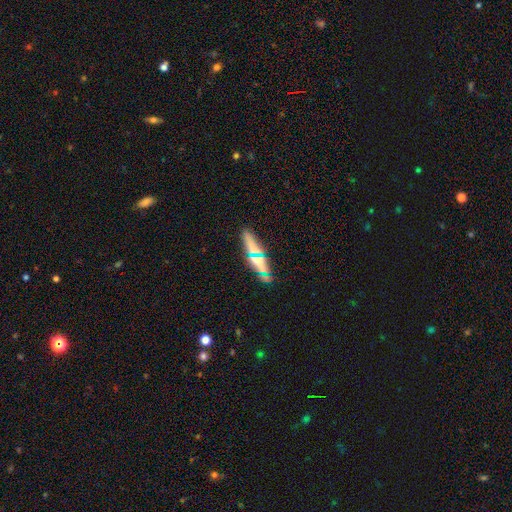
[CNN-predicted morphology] Smooth or featured? featured or disk (47%)
Merging? none (77%)